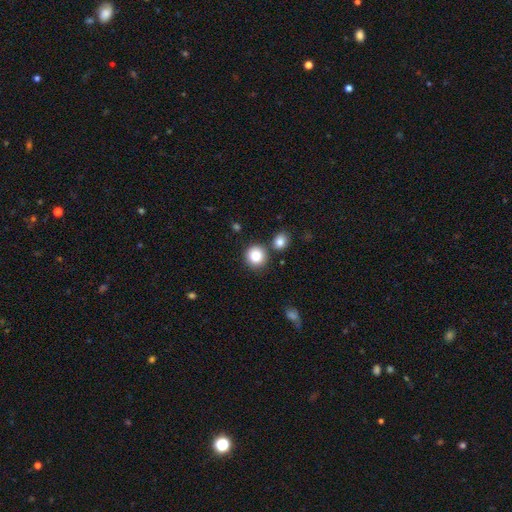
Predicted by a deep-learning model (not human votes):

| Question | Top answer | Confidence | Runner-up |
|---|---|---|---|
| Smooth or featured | smooth | 85% | star or artifact (9%) |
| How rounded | round | 89% | in between (10%) |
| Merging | none | 78% | merger (10%) |